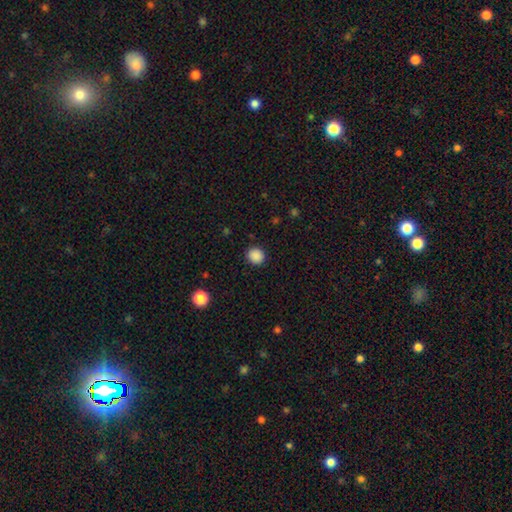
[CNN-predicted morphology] smooth 88%, star or artifact 10%, featured or disk 2%. Down the decision tree: how rounded — round (87%); merging — none (91%).